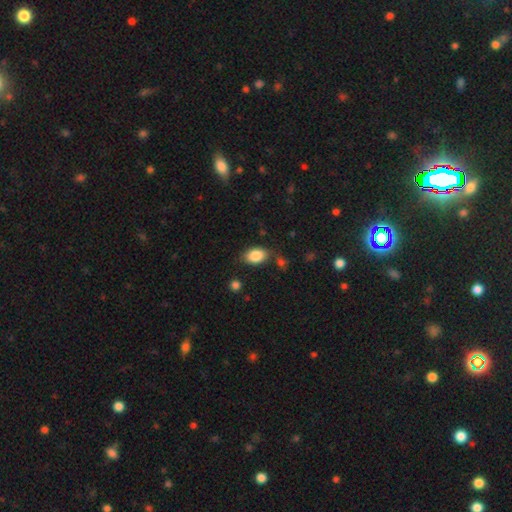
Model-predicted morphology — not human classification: A smooth galaxy with no disk features (86%) that is in between round and cigar-shaped (86%). Merging: none (74%).